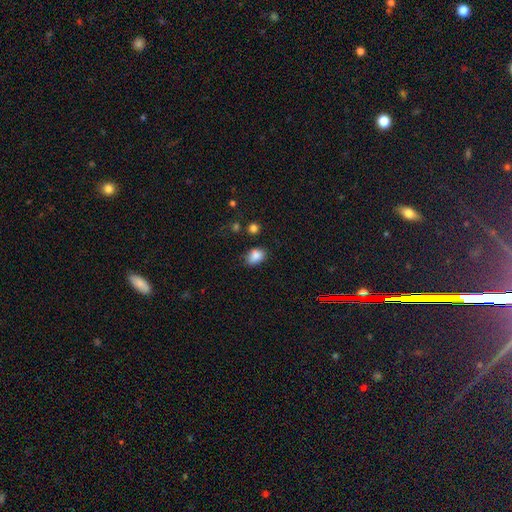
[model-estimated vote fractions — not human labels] smooth 85%, star or artifact 10%, featured or disk 5%. Down the decision tree: how rounded — in between (73%); merging — none (65%).